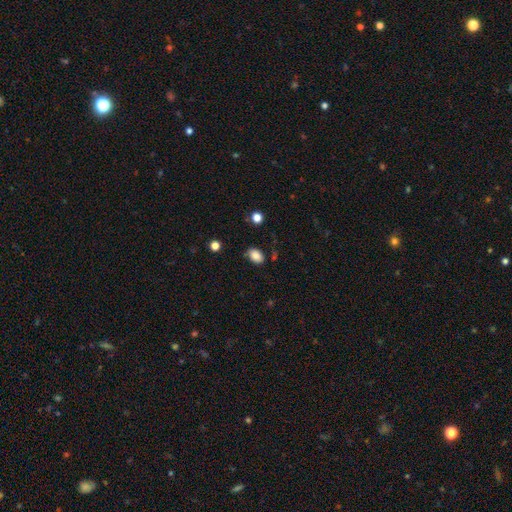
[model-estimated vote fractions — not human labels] This appears to be a smooth galaxy with no disk features (85%) that is in between round and cigar-shaped (82%). Merging: none (76%).